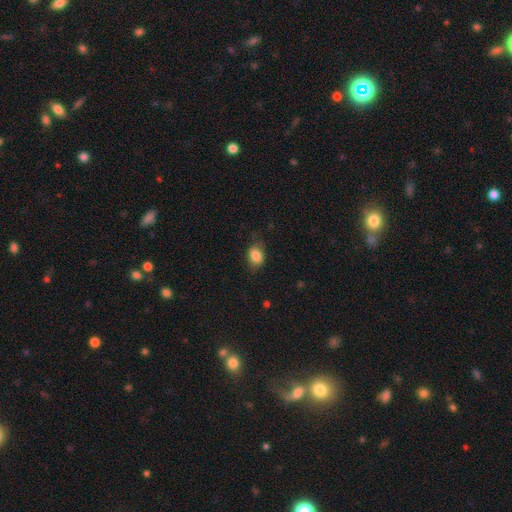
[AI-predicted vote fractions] This is clearly a smooth galaxy (84%). How rounded: likely in between (70%). Merging: likely none (72%).